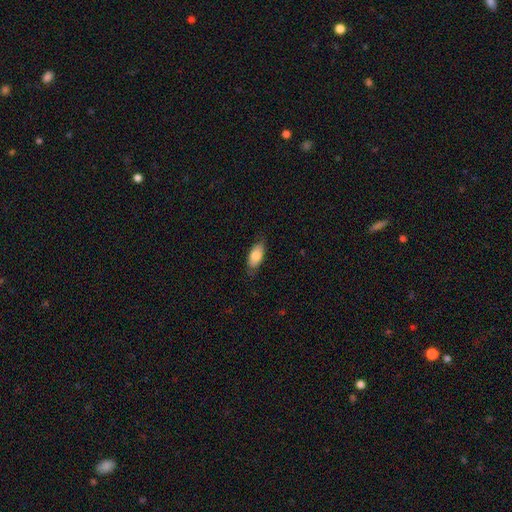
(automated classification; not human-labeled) Smooth or featured? smooth (79%)
How rounded? in between (88%)
Merging? none (79%)